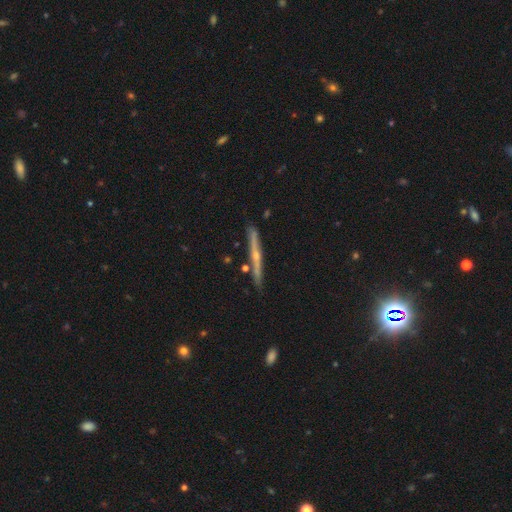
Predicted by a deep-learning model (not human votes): Smooth or featured?
  - featured or disk: 73% *
  - smooth: 20%
  - star or artifact: 7%
Edge-on disk?
  - yes: 97% *
  - no: 3%
Edge-on bulge?
  - rounded: 73% *
  - none: 23%
  - boxy: 4%
Merging?
  - none: 86% *
  - minor disturbance: 9%
  - merger: 3%
  - major disturbance: 2%